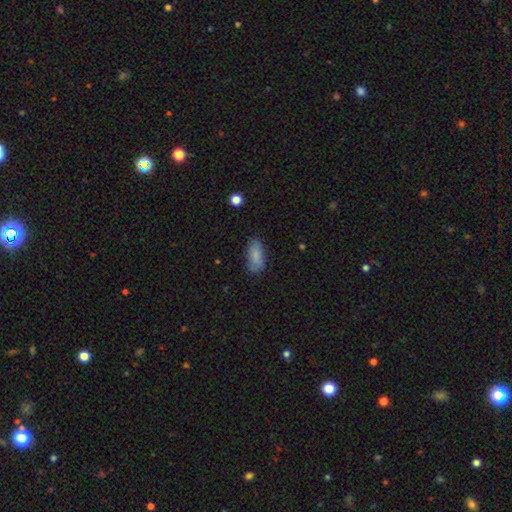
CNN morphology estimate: smooth 82%, featured or disk 10%, star or artifact 7%. Down the decision tree: how rounded — in between (87%); merging — none (74%).